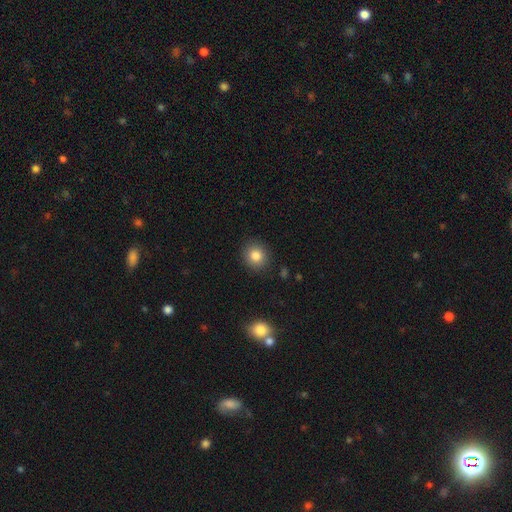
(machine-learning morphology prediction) This is clearly a smooth galaxy (83%). How rounded: clearly round (83%). Merging: clearly none (90%).